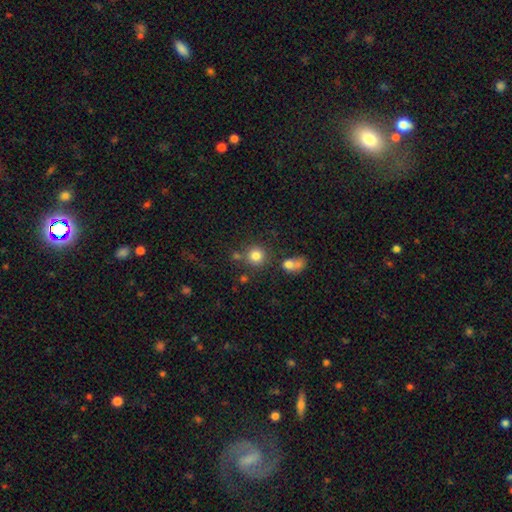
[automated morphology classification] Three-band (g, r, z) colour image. It shows a smooth galaxy with no disk features (80%) that is round (92%). Merging: none (74%).